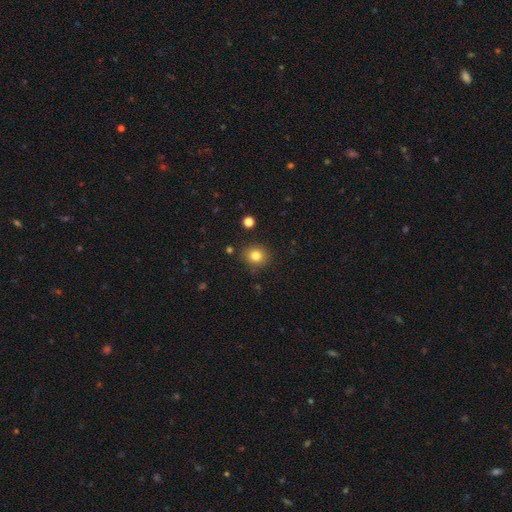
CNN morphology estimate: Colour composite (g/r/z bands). It shows a smooth galaxy with no disk features (82%) that is round (80%). Merging: none (86%).